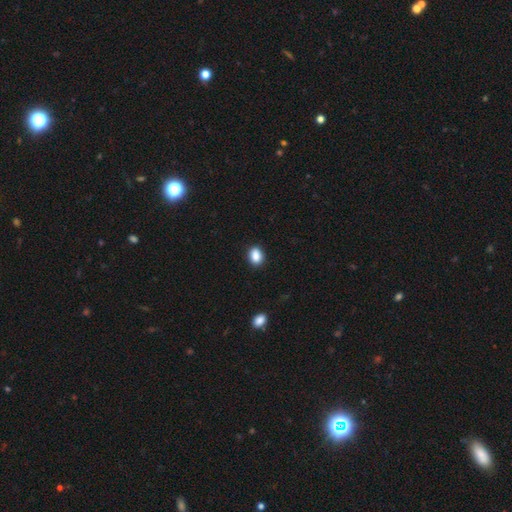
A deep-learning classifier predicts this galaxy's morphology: Smooth or featured: smooth — 88% (star or artifact — 9%)
How rounded: in between — 69% (round — 29%)
Merging: none — 87% (minor disturbance — 9%)